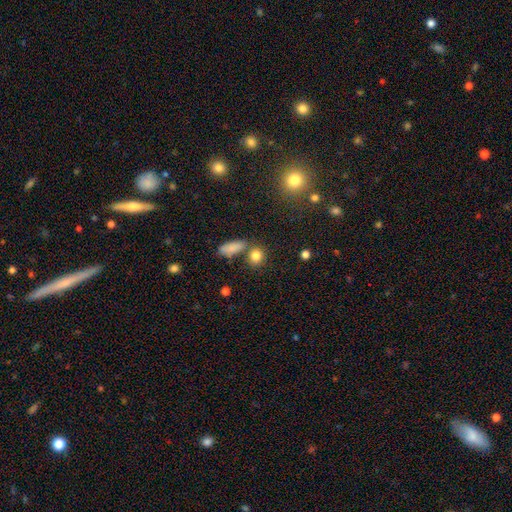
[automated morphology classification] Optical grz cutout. It shows a smooth galaxy with no disk features (83%) that is round (66%). Merging: none (68%).